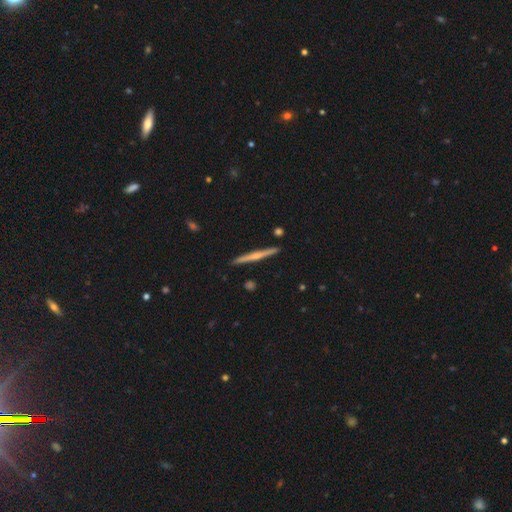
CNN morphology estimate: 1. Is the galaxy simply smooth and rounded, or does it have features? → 61% featured or disk, 33% smooth, 6% star or artifact.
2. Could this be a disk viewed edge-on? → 98% yes, 2% no.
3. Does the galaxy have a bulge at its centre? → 58% rounded, 33% none, 8% boxy.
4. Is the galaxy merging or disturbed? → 91% none, 6% minor disturbance, 1% merger, 1% major disturbance.